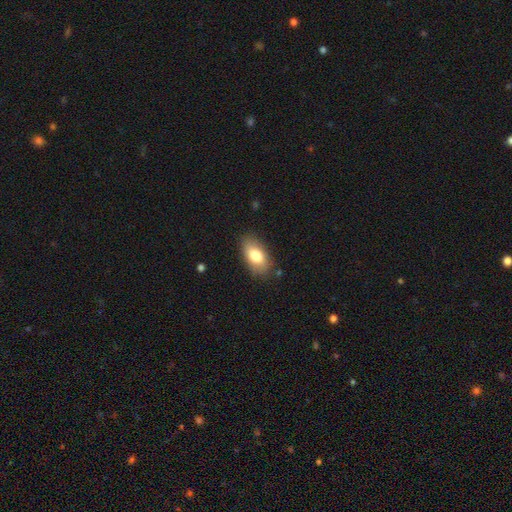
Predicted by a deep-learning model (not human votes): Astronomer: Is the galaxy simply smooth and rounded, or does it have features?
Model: smooth — 79%.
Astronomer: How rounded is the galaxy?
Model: in between — 92%.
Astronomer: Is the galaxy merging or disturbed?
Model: none — 83%.